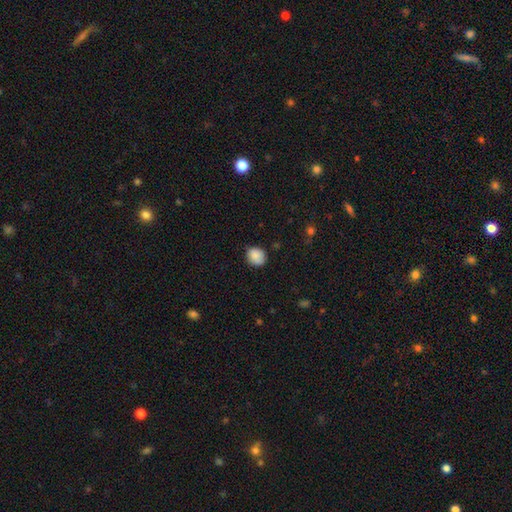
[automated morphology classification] This is clearly a smooth galaxy (86%). How rounded: likely round (74%). Merging: likely none (78%).